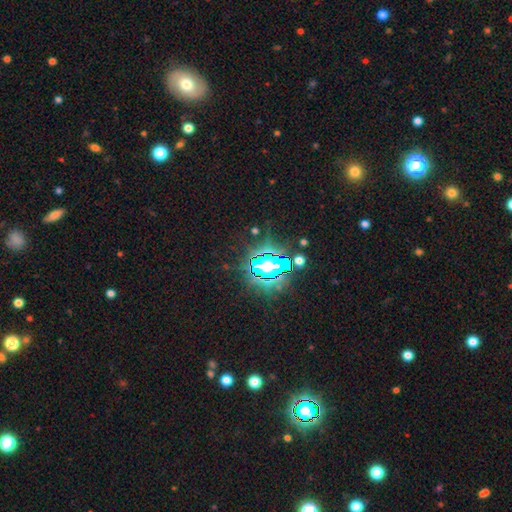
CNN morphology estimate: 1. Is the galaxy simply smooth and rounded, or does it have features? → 80% star or artifact, 11% smooth, 9% featured or disk.